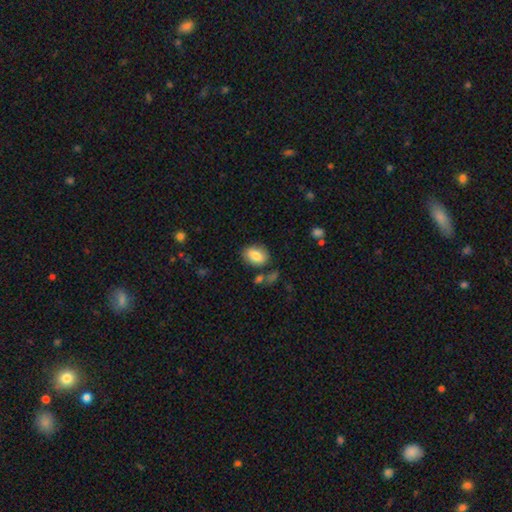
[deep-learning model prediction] Smooth or featured?
  - smooth: 82% *
  - featured or disk: 11%
  - star or artifact: 8%
How rounded?
  - in between: 70% *
  - round: 29%
  - cigar-shaped: 1%
Merging?
  - none: 77% *
  - minor disturbance: 13%
  - merger: 6%
  - major disturbance: 4%